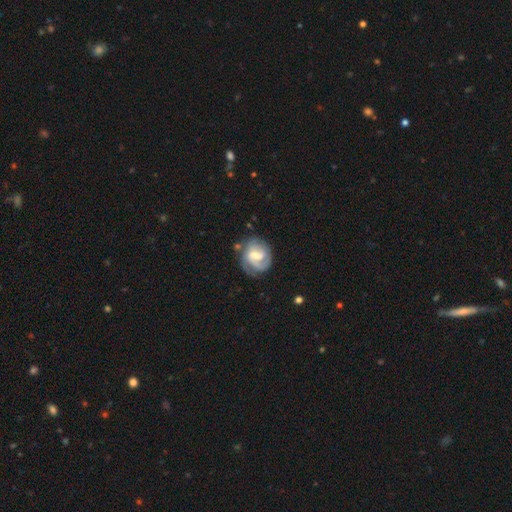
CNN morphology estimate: This is likely a featured or disk galaxy (71%). It is clearly not viewed edge-on (97%). Bar: possibly weak (54%). Spiral arm pattern: clearly yes (89%). Spiral arm count: marginally 2 (42%). Spiral winding: possibly tight (48%). Central bulge: possibly moderate (49%). Merging: likely none (63%).